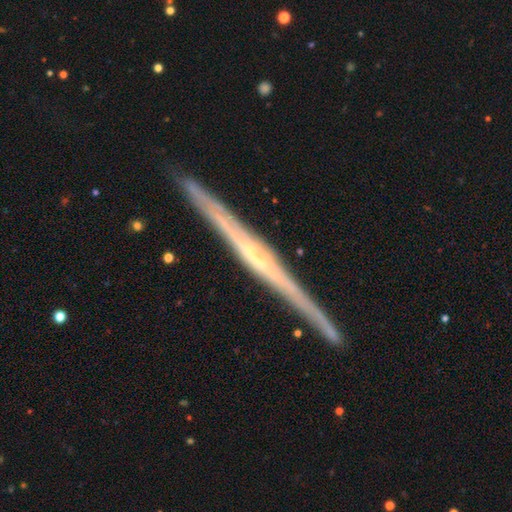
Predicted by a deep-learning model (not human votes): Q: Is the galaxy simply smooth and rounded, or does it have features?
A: featured or disk — 82%.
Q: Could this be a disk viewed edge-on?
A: yes — 98%.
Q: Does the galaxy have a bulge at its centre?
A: none — 51%.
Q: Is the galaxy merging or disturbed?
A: none — 90%.